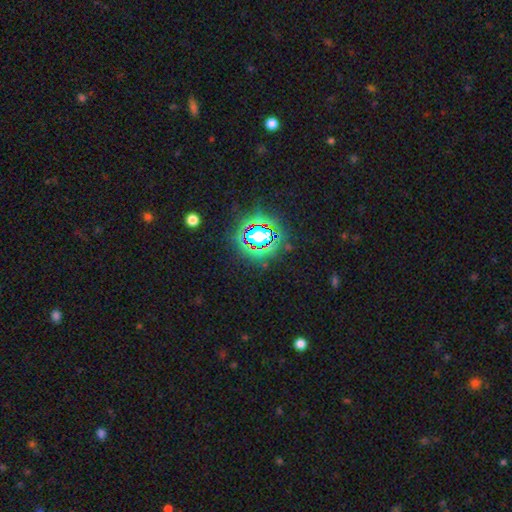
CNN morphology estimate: Smooth or featured: star or artifact — 82% (smooth — 11%)